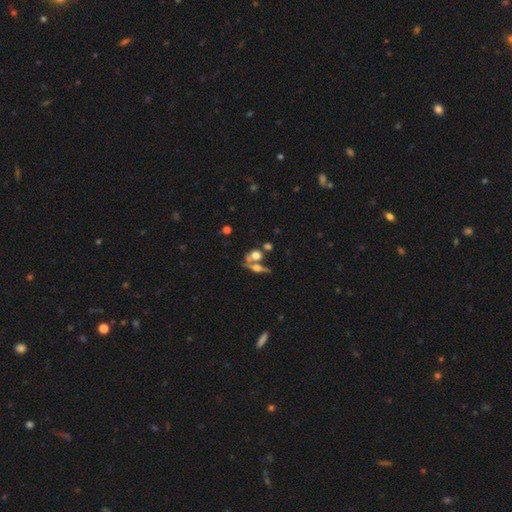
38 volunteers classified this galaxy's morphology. Smooth or featured?
  - featured or disk: 63% *
  - smooth: 34%
  - star or artifact: 3%
Edge-on disk?
  - yes: 88% *
  - no: 12%
Edge-on bulge?
  - rounded: 100% *
  - boxy: 0%
  - none: 0%
Merging?
  - none: 51% *
  - merger: 30%
  - minor disturbance: 11%
  - major disturbance: 8%